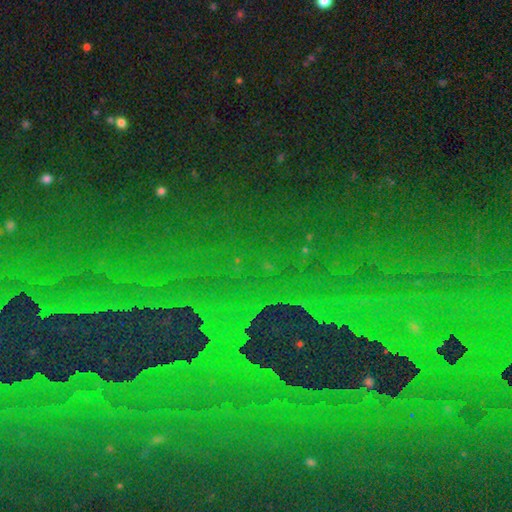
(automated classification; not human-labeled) Overall: star or artifact (85%).